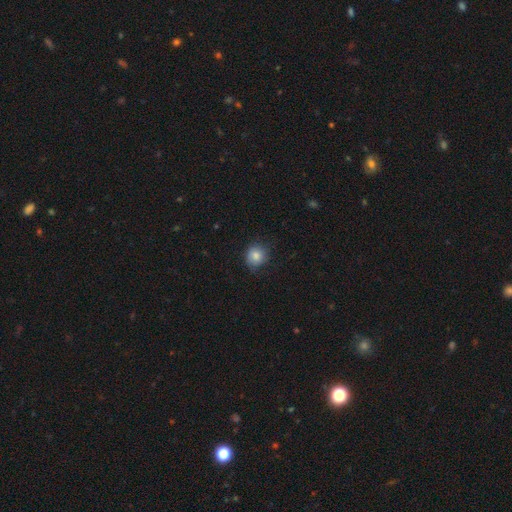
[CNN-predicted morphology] Smooth or featured? smooth (82%)
How rounded? round (81%)
Merging? none (72%)